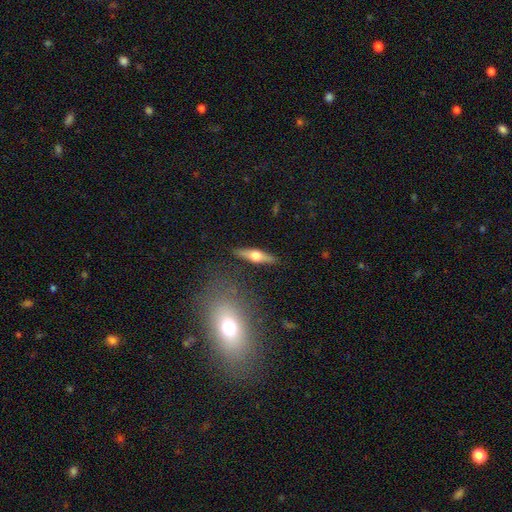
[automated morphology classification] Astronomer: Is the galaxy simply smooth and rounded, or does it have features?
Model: featured or disk — 59%.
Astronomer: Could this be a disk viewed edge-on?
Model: yes — 94%.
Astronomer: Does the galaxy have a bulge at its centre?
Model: rounded — 94%.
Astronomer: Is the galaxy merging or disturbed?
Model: none — 87%.